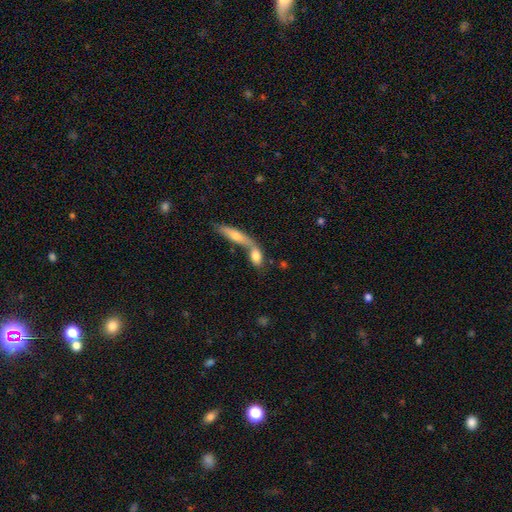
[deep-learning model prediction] This appears to be a smooth galaxy with no disk features (73%) that is in between round and cigar-shaped (73%). Merging: merger (59%).